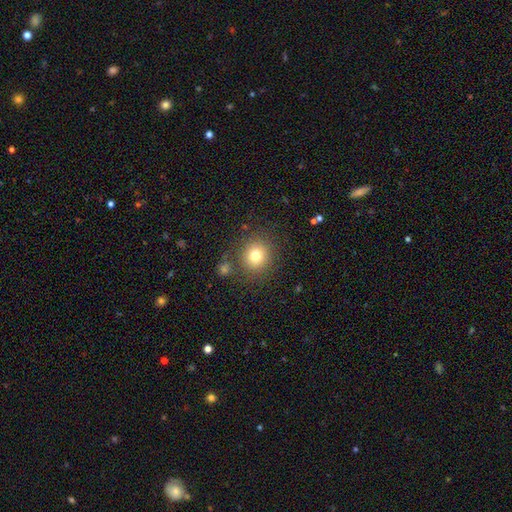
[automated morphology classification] This is likely a smooth galaxy (78%). How rounded: clearly round (88%). Merging: clearly none (83%).